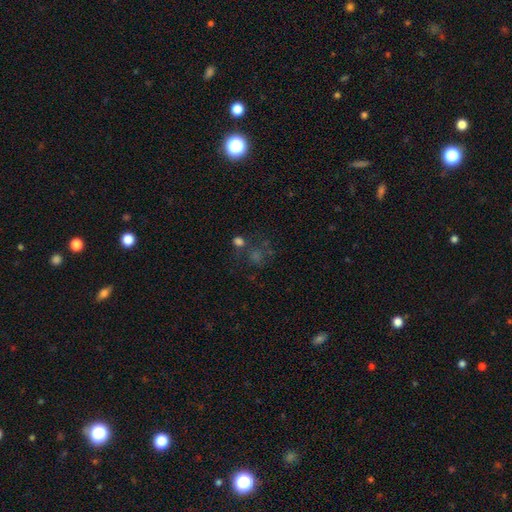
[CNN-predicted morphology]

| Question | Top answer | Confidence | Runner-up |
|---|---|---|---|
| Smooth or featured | star or artifact | 41% | smooth (37%) |